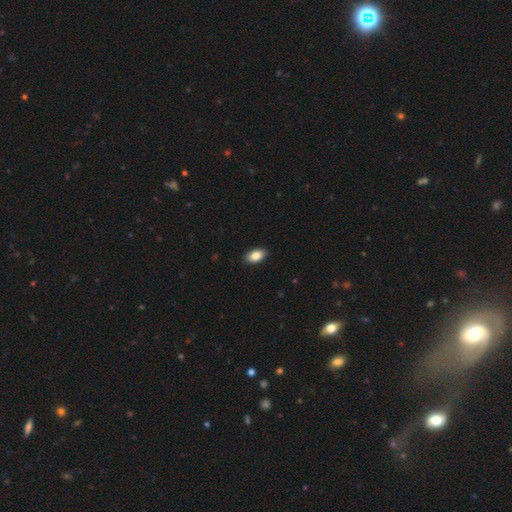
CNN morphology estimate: This is clearly a smooth galaxy (86%). How rounded: clearly in between (93%). Merging: clearly none (89%).